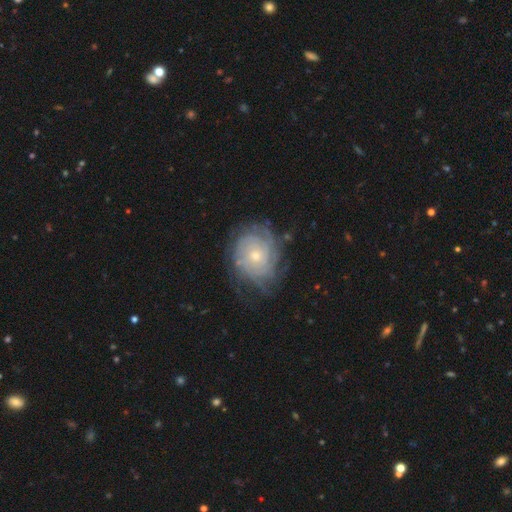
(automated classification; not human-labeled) This is clearly a featured or disk galaxy (80%). It is clearly not viewed edge-on (97%). Bar: clearly no (81%). Spiral arm pattern: clearly yes (93%). Spiral arm count: possibly can't tell (47%). Spiral winding: likely tight (77%). Central bulge: likely small (63%). Merging: likely none (68%).